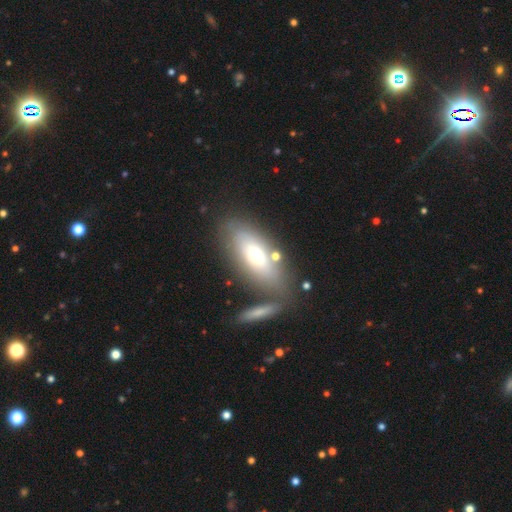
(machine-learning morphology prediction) This is possibly a smooth galaxy (60%). How rounded: likely in between (79%). Merging: likely none (67%).